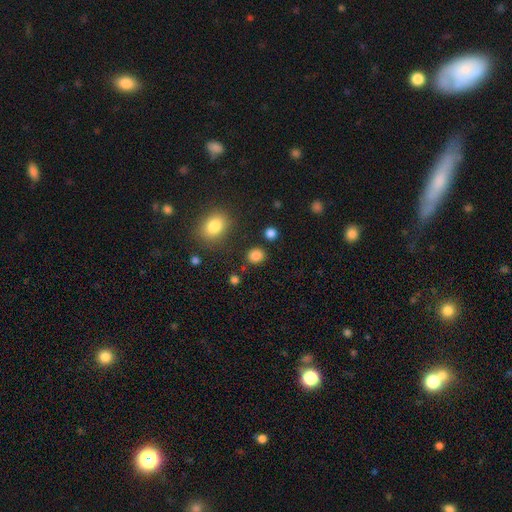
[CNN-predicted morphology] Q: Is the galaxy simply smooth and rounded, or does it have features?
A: smooth — 85%.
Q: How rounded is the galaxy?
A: round — 69%.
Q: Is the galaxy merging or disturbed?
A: none — 84%.